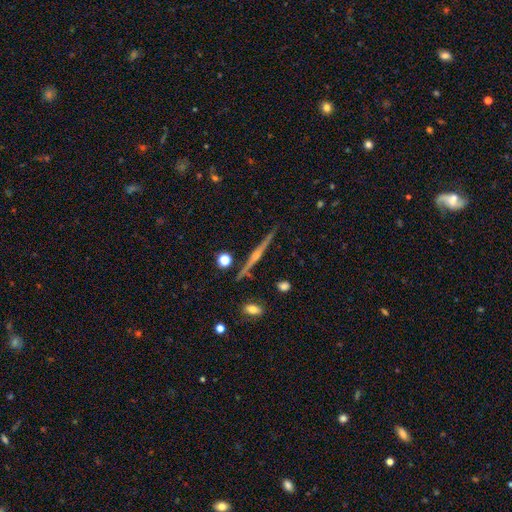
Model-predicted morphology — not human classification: Smooth or featured? featured or disk (80%)
Edge-on disk? yes (98%)
Edge-on bulge? rounded (77%)
Merging? none (90%)